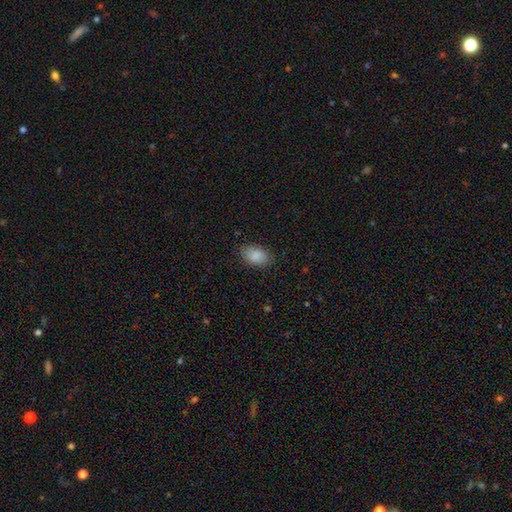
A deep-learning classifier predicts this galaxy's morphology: Overall: smooth (88%). How rounded: in between (91%). Merging: none (83%).